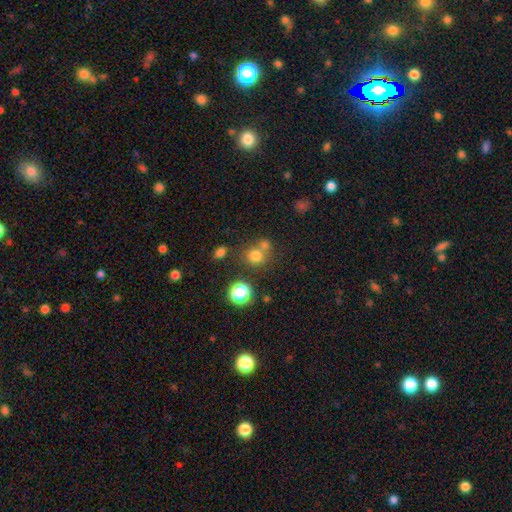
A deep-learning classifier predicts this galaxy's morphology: Overall: smooth (73%). How rounded: round (85%). Merging: none (58%; merger 30%).